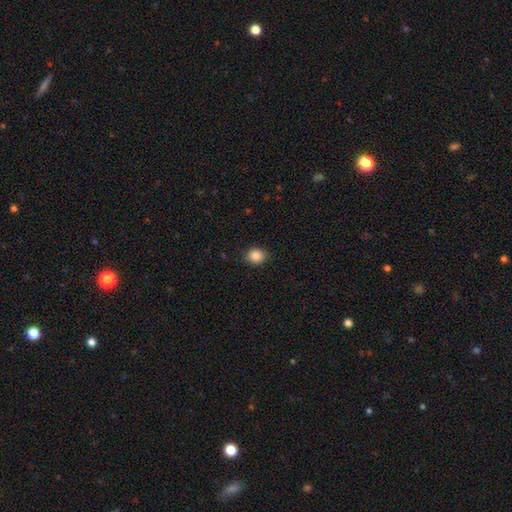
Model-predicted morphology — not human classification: Smooth or featured: smooth — 86% (star or artifact — 9%)
How rounded: round — 61% (in between — 38%)
Merging: none — 88% (minor disturbance — 9%)